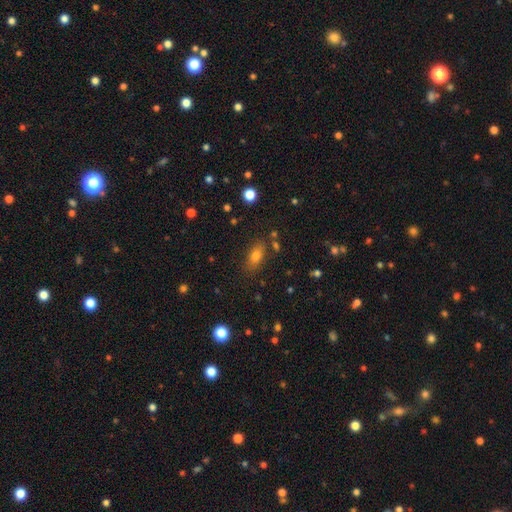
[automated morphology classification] smooth 77%, star or artifact 12%, featured or disk 11%. Down the decision tree: how rounded — in between (82%); merging — none (79%).